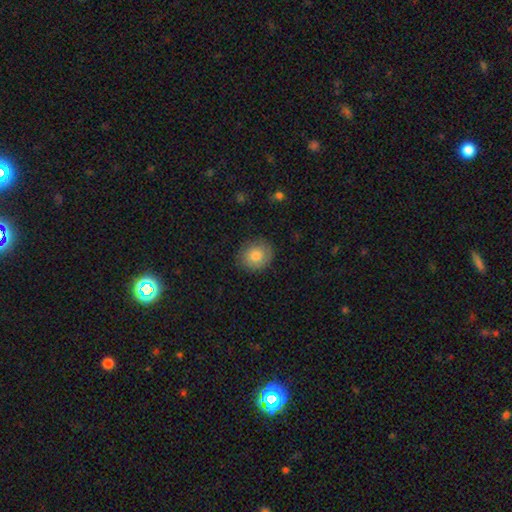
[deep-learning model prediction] Smooth or featured?
  - smooth: 76% *
  - featured or disk: 16%
  - star or artifact: 8%
How rounded?
  - round: 76% *
  - in between: 23%
  - cigar-shaped: 1%
Merging?
  - none: 83% *
  - minor disturbance: 12%
  - major disturbance: 3%
  - merger: 1%